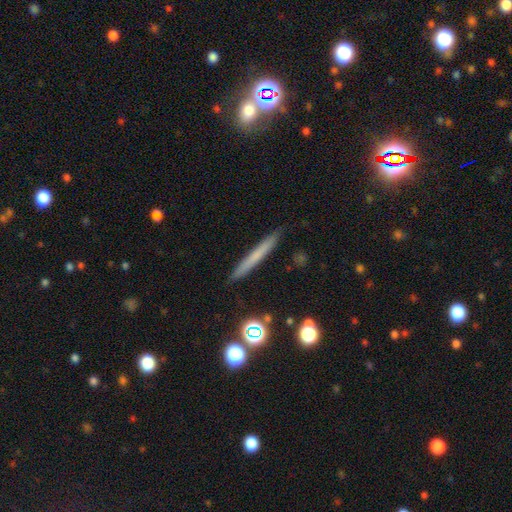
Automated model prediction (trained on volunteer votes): The model was most divided on "smooth or featured": smooth: 59%, featured or disk: 32%, star or artifact: 9%. More confident: how rounded — cigar-shaped (96%); merging — none (90%).